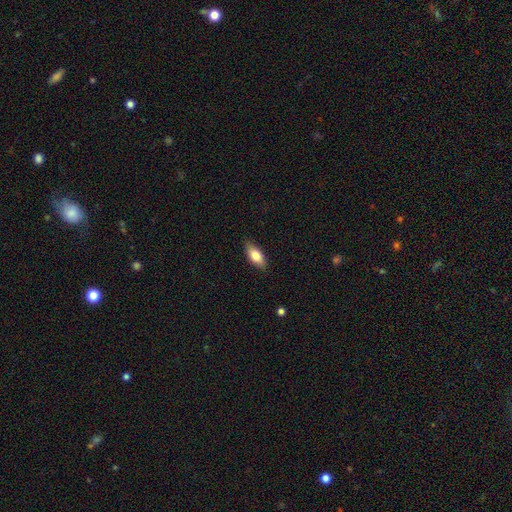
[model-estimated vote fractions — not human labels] smooth 78%, featured or disk 16%, star or artifact 6%. Down the decision tree: how rounded — in between (84%); merging — none (86%).